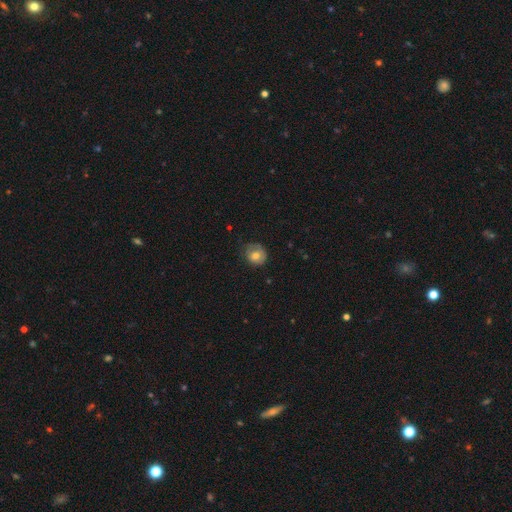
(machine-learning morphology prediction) This appears to be a smooth galaxy with no disk features (71%) that is round (79%). Merging: none (61%).